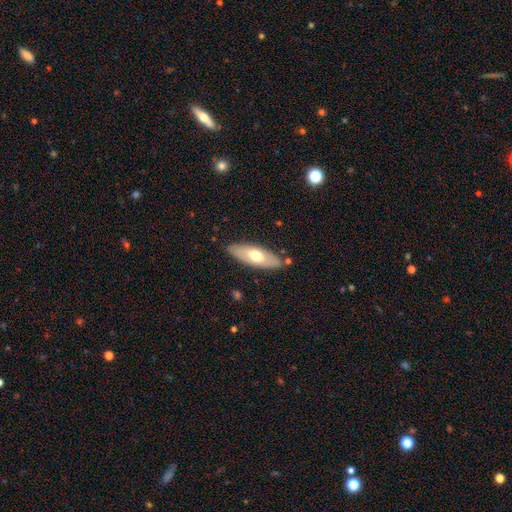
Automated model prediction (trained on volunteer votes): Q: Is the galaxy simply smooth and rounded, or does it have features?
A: smooth — 59%.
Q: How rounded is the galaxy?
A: in between — 67%.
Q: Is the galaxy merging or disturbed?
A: none — 84%.